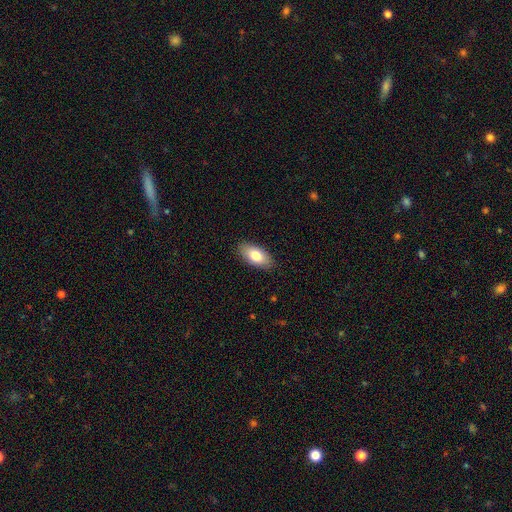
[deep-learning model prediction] A smooth galaxy with no disk features (79%) that is in between round and cigar-shaped (91%).

Vote fractions:
- Smooth or featured? smooth: 79% / featured or disk: 15% / star or artifact: 7%
- How rounded? in between: 91% / cigar-shaped: 5% / round: 3%
- Merging? none: 87% / minor disturbance: 10% / major disturbance: 2% / merger: 1%